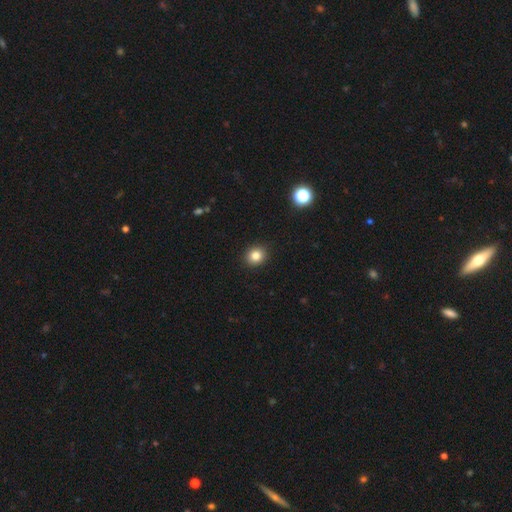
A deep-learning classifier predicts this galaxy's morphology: Smooth or featured? Predicted: smooth (p=0.83). How rounded? Predicted: round (p=0.78). Merging? Predicted: none (p=0.92).